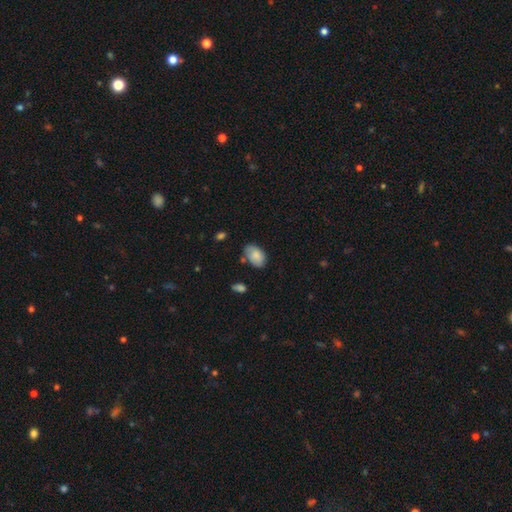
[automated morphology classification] This is clearly a smooth galaxy (82%). How rounded: clearly in between (90%). Merging: likely none (68%).